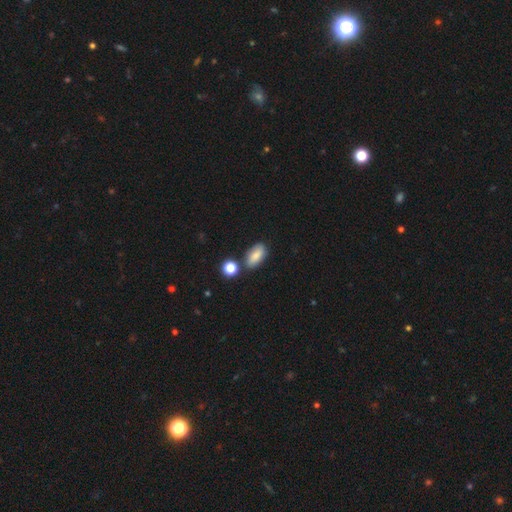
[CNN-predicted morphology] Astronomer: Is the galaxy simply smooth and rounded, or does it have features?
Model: smooth — 80%.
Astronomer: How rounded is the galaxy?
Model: in between — 87%.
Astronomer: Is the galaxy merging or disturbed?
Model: none — 72%.